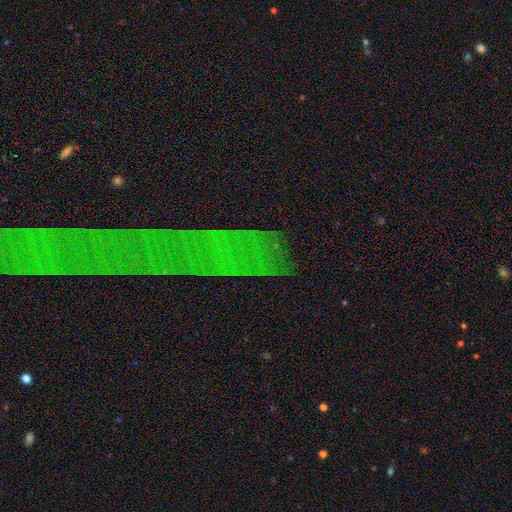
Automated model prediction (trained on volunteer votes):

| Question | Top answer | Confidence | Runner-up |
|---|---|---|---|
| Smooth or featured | star or artifact | 67% | featured or disk (19%) |